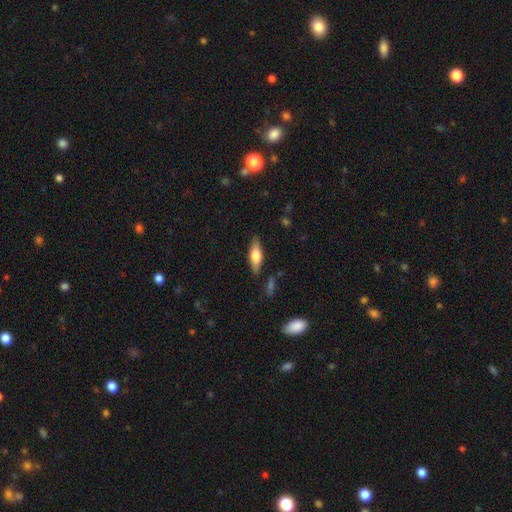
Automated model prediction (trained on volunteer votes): A smooth galaxy with no disk features (60%) that is in between round and cigar-shaped (60%). Merging: none (82%).